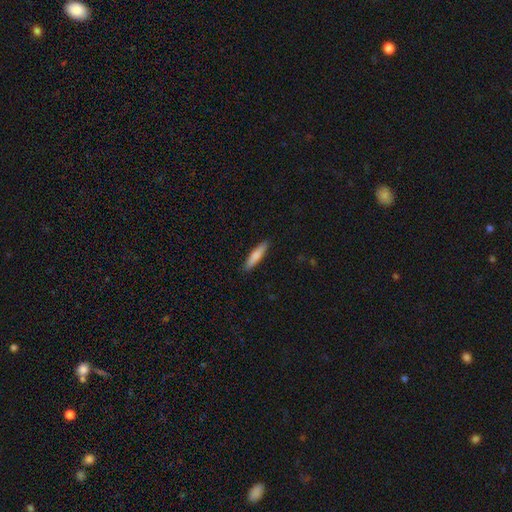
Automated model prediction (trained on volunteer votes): The model was most divided on "smooth or featured": smooth: 77%, featured or disk: 17%, star or artifact: 5%. More confident: merging — none (91%); how rounded — cigar-shaped (85%).